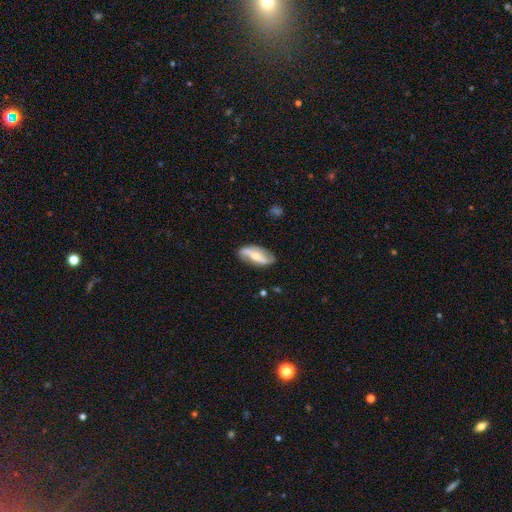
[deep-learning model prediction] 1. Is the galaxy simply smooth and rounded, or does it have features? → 74% featured or disk, 21% smooth, 6% star or artifact.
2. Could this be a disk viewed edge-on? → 88% no, 12% yes.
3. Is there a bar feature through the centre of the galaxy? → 49% strong, 26% weak, 25% no.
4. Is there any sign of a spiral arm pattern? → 86% yes, 14% no.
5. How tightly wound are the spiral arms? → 68% loose, 21% medium, 11% tight.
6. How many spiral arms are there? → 90% 2, 5% can't tell, 2% 1, 1% 3, 1% 4, 1% more than 4.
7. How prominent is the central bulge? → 48% moderate, 46% small, 3% large, 2% none, 1% dominant.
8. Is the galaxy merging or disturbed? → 80% none, 15% minor disturbance, 4% major disturbance, 2% merger.